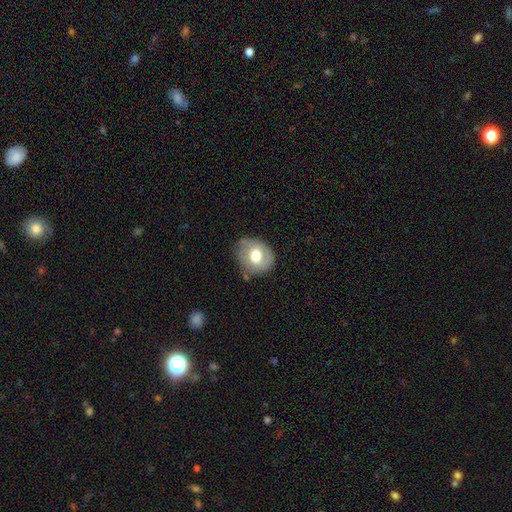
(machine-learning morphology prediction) smooth-or-featured: smooth: 59% | featured or disk: 33% | star or artifact: 7%
  how-rounded: round: 68% | in between: 31% | cigar-shaped: 1%
  merging: none: 62% | minor disturbance: 27% | major disturbance: 8% | merger: 3%